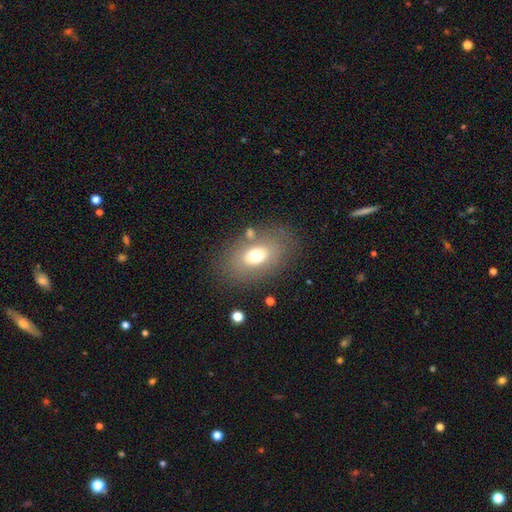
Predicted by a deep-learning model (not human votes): A smooth galaxy with no disk features (68%) that is in between round and cigar-shaped (84%).

Vote fractions:
- Smooth or featured? smooth: 68% / featured or disk: 22% / star or artifact: 11%
- How rounded? in between: 84% / round: 14% / cigar-shaped: 2%
- Merging? none: 78% / minor disturbance: 12% / major disturbance: 6% / merger: 5%